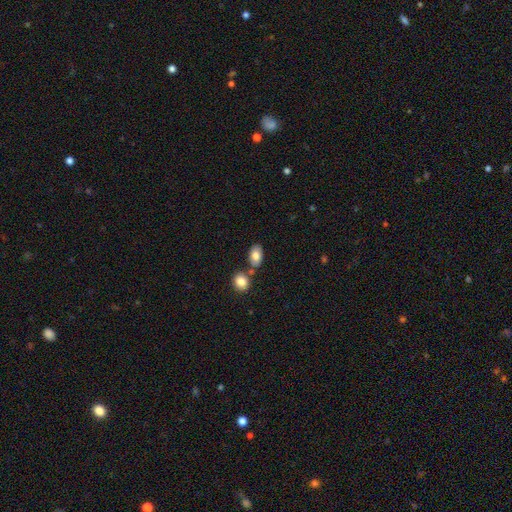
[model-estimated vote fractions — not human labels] A smooth galaxy with no disk features (80%) that is in between round and cigar-shaped (88%). Merging: none (68%).